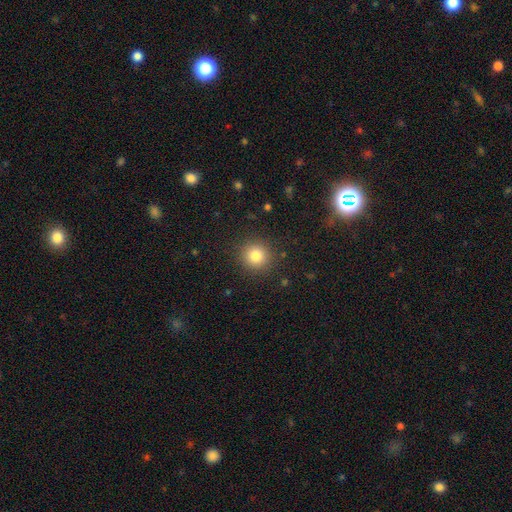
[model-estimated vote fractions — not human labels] smooth 81%, star or artifact 12%, featured or disk 7%. Down the decision tree: how rounded — round (93%); merging — none (90%).